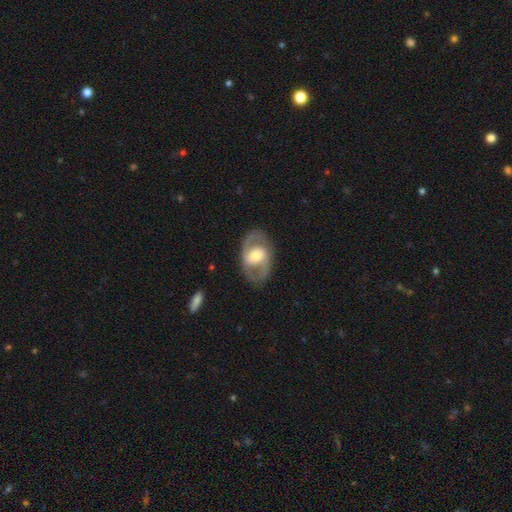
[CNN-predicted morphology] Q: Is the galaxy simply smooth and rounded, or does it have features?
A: featured or disk — 73%.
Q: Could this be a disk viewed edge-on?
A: no — 94%.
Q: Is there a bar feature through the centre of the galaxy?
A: no — 39%.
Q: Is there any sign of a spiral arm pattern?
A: yes — 72%.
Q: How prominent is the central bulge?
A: moderate — 56%.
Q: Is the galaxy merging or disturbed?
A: none — 80%.